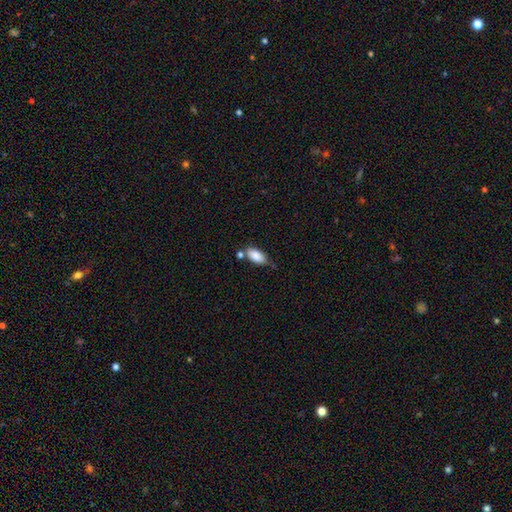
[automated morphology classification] Smooth or featured? Predicted: smooth (p=0.86). How rounded? Predicted: in between (p=0.90). Merging? Predicted: none (p=0.61).